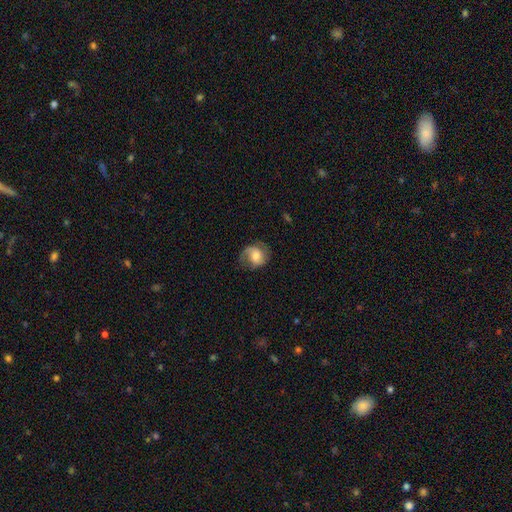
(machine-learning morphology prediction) smooth_or_featured: featured or disk (p=0.48) [alt: smooth p=0.44]
merging: none (p=0.57) [alt: minor disturbance p=0.25]